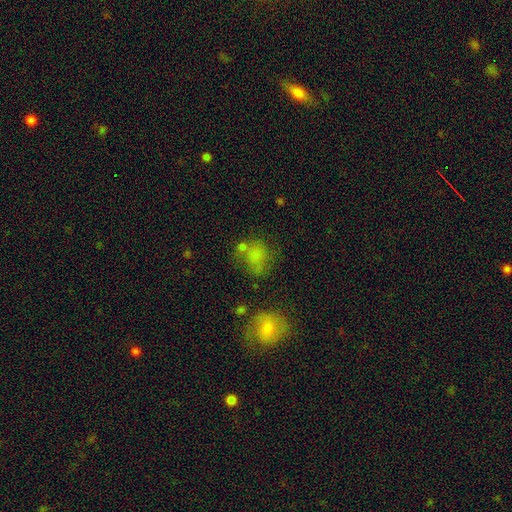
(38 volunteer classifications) Morphology: type=smooth (82%); roundness=round (84%); merging=none (47%).